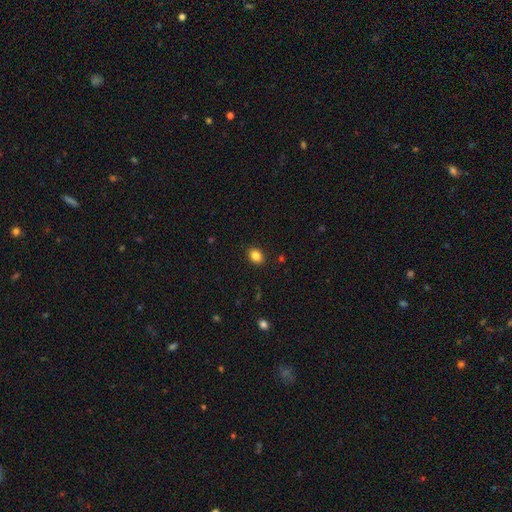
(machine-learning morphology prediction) Smooth or featured? smooth (85%)
How rounded? in between (60%)
Merging? none (89%)